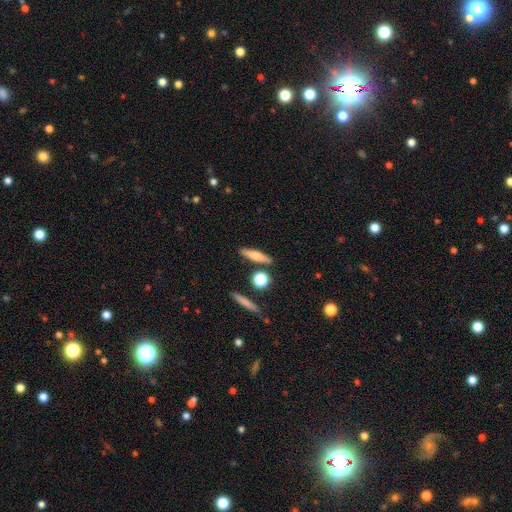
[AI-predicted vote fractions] Morphology: type=smooth (65%); roundness=cigar-shaped (73%); merging=none (83%).